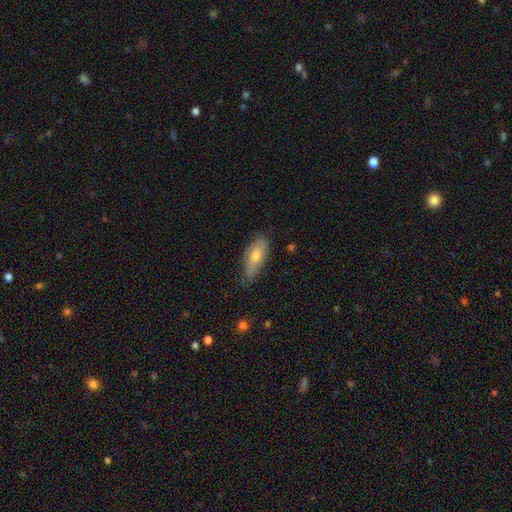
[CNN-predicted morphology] The model was most divided on "smooth or featured": smooth: 60%, featured or disk: 33%, star or artifact: 7%. More confident: how rounded — in between (80%); merging — none (66%).